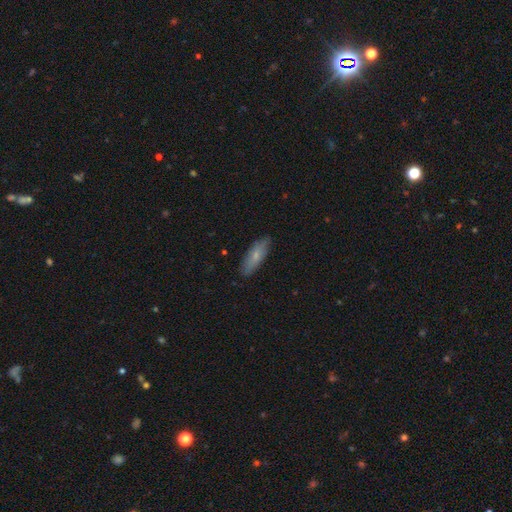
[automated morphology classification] A smooth galaxy with no disk features (68%) that is in between round and cigar-shaped (51%).

Vote fractions:
- Smooth or featured? smooth: 68% / featured or disk: 26% / star or artifact: 6%
- How rounded? in between: 51% / cigar-shaped: 46% / round: 2%
- Merging? none: 83% / minor disturbance: 14% / major disturbance: 2% / merger: 1%